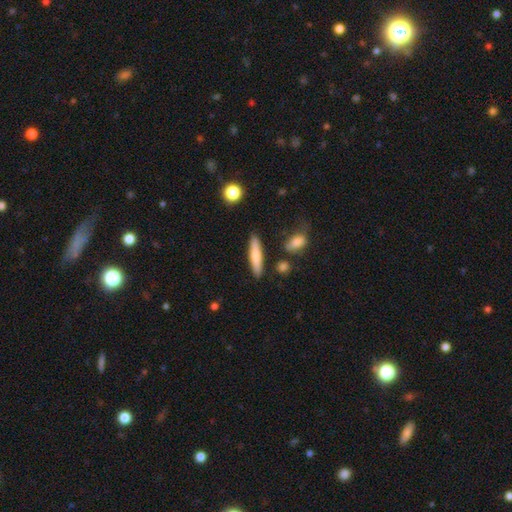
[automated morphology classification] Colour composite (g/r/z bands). It shows a smooth galaxy with no disk features (70%) that is cigar-shaped (83%). Merging: none (86%).